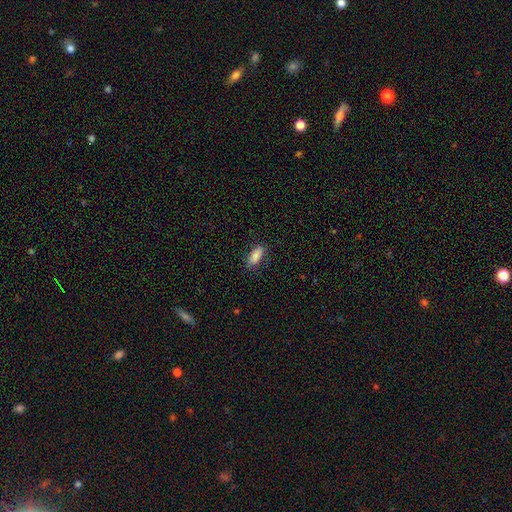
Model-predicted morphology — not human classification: Overall: smooth (84%). How rounded: in between (83%). Merging: none (81%).